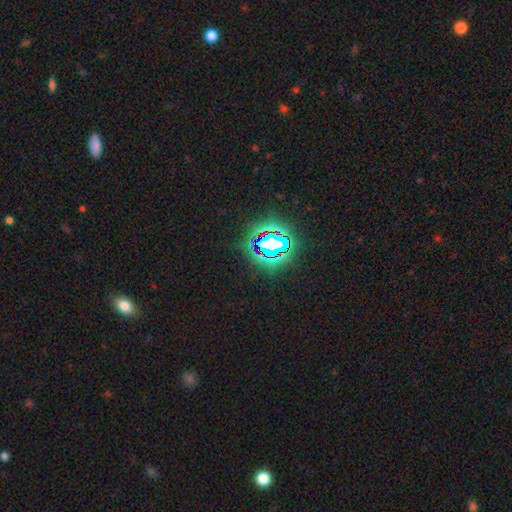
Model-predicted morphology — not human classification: Overall: star or artifact (81%).